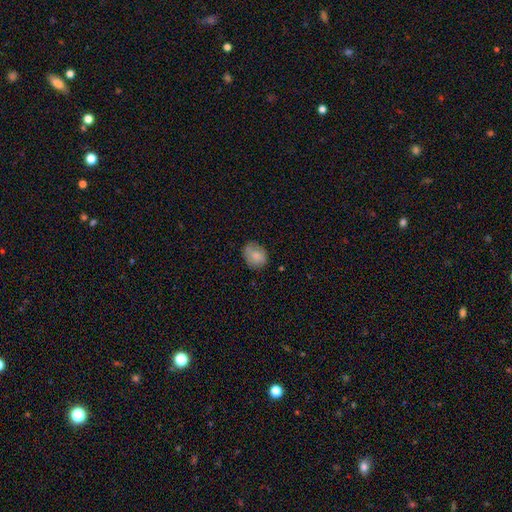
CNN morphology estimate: type=smooth (83%); roundness=round (50%); merging=none (71%).